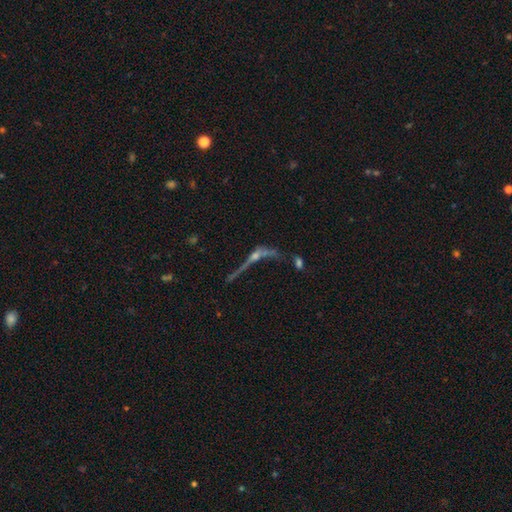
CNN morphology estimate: A featured or disk galaxy (59%) viewed edge-on (60%).

Vote fractions:
- Smooth or featured? featured or disk: 59% / star or artifact: 25% / smooth: 16%
- Edge-on disk? yes: 60% / no: 40%
- Merging? none: 37% / merger: 26% / major disturbance: 23% / minor disturbance: 14%